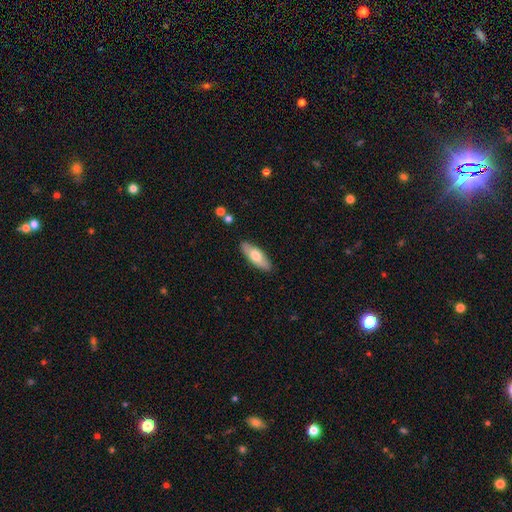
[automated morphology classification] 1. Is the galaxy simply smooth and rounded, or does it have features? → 66% smooth, 28% featured or disk, 6% star or artifact.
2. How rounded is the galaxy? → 66% in between, 32% cigar-shaped, 2% round.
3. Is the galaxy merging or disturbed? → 87% none, 10% minor disturbance, 2% major disturbance, 2% merger.